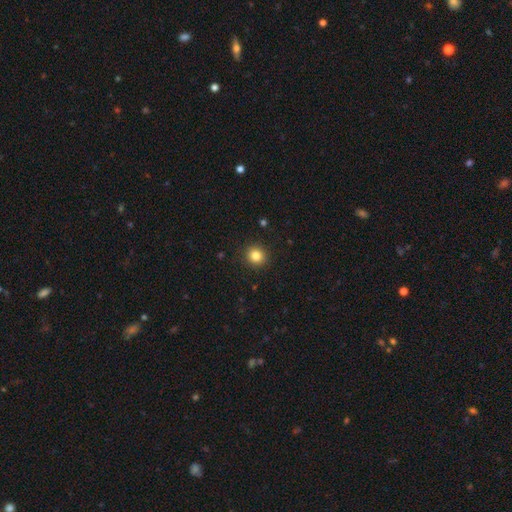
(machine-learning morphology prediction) Smooth or featured: smooth — 84% (star or artifact — 11%)
How rounded: round — 91% (in between — 8%)
Merging: none — 92% (minor disturbance — 5%)